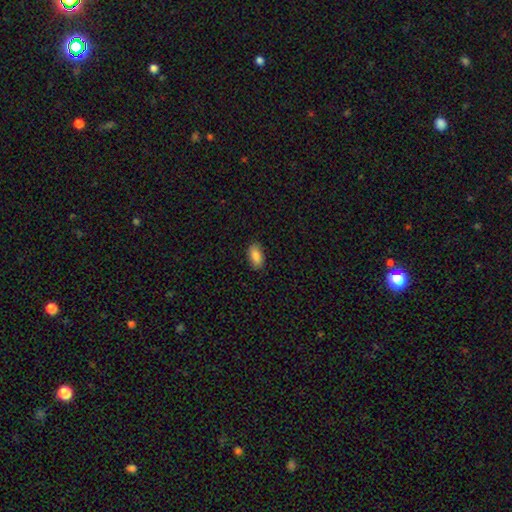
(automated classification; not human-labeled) smooth 86%, star or artifact 7%, featured or disk 7%. Down the decision tree: how rounded — in between (92%); merging — none (87%).